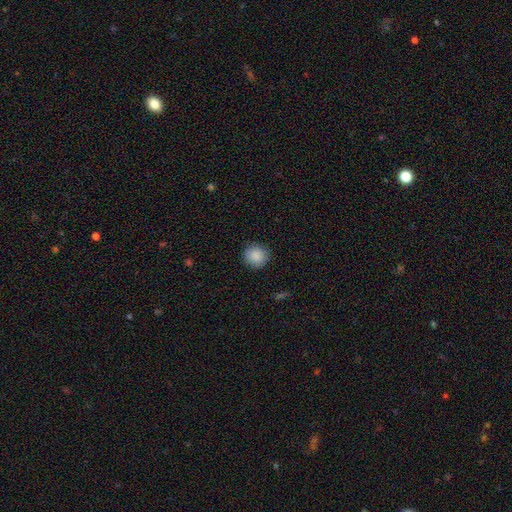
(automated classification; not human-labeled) Overall: smooth (89%). How rounded: round (91%). Merging: none (89%).